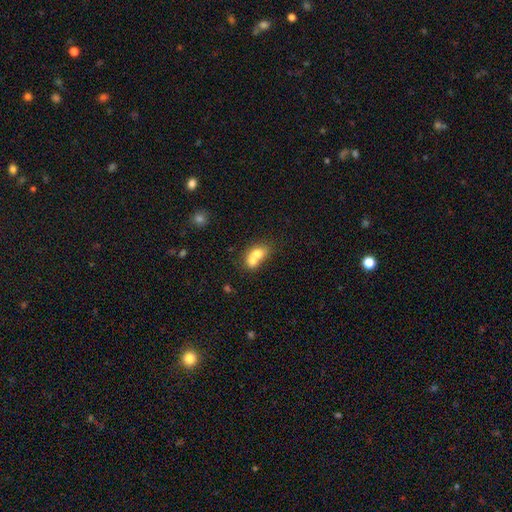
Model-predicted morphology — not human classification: Smooth or featured? smooth (68%)
How rounded? in between (50%)
Merging? merger (72%)